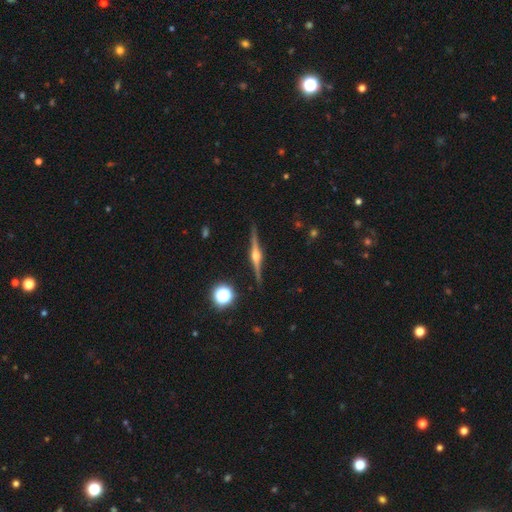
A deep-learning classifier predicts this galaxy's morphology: The model was most divided on "smooth or featured": featured or disk: 85%, smooth: 8%, star or artifact: 6%. More confident: edge-on disk — yes (98%); edge-on bulge — rounded (93%); merging — none (90%).